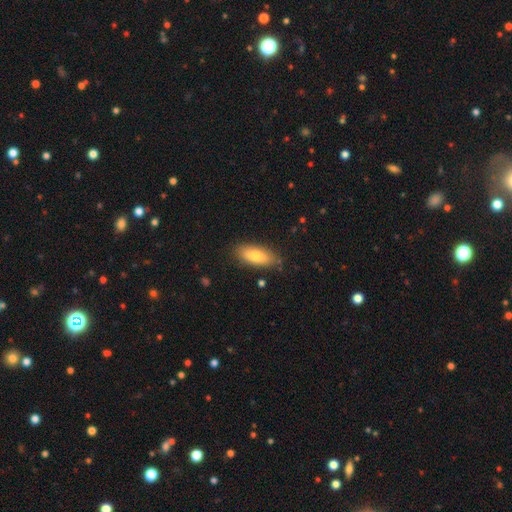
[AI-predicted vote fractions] A smooth galaxy with no disk features (80%) that is in between round and cigar-shaped (80%). Merging: none (82%).